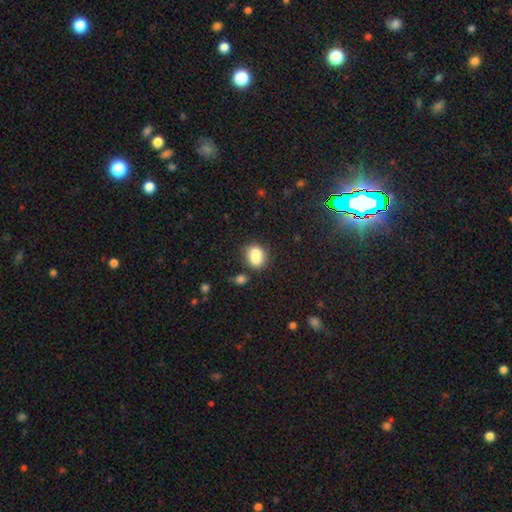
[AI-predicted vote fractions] This is likely a smooth galaxy (79%). How rounded: possibly in between (54%). Merging: possibly none (47%).